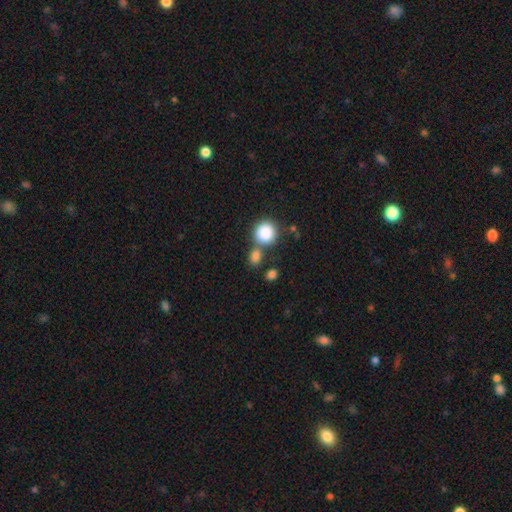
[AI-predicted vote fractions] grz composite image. It shows a smooth galaxy with no disk features (85%) that is round (64%). Merging: none (55%).